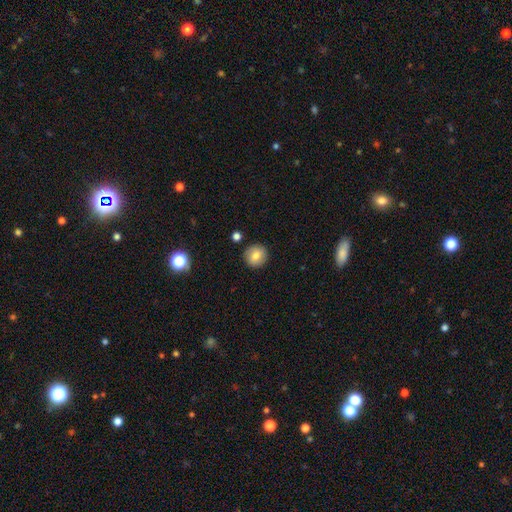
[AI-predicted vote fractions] A smooth galaxy with no disk features (79%) that is round (93%). Merging: none (90%).